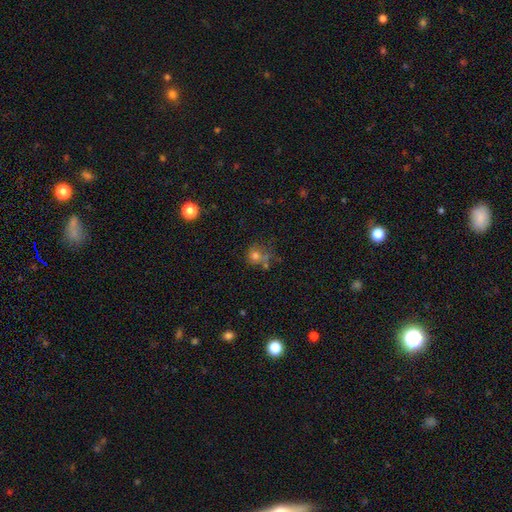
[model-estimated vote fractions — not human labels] Smooth or featured?
  - smooth: 70% *
  - star or artifact: 15%
  - featured or disk: 14%
How rounded?
  - round: 82% *
  - in between: 17%
  - cigar-shaped: 1%
Merging?
  - none: 50% *
  - merger: 22%
  - minor disturbance: 18%
  - major disturbance: 10%